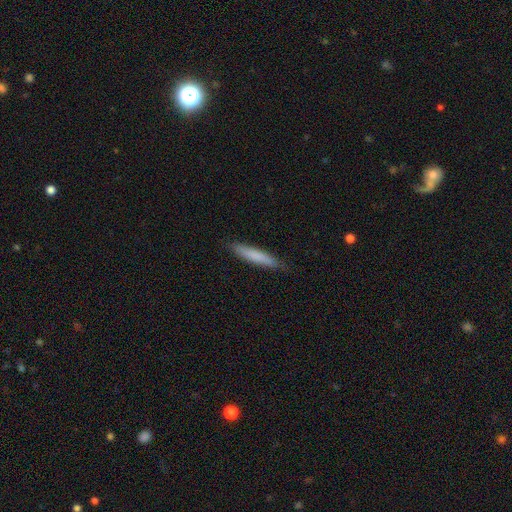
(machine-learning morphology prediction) smooth 77%, featured or disk 18%, star or artifact 6%. Down the decision tree: how rounded — cigar-shaped (91%); merging — none (86%).